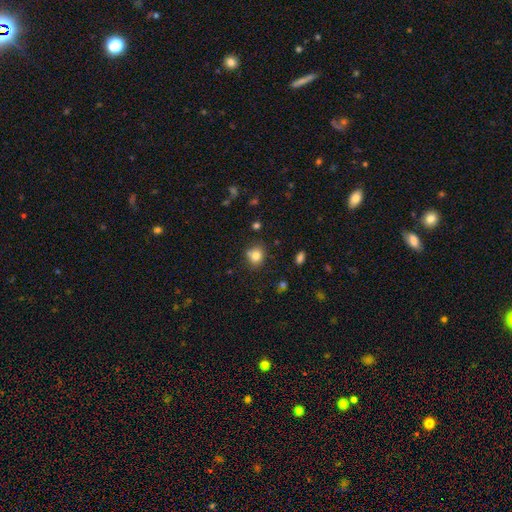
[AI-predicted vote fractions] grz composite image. It shows a smooth galaxy with no disk features (79%) that is round (70%). Merging: none (69%).